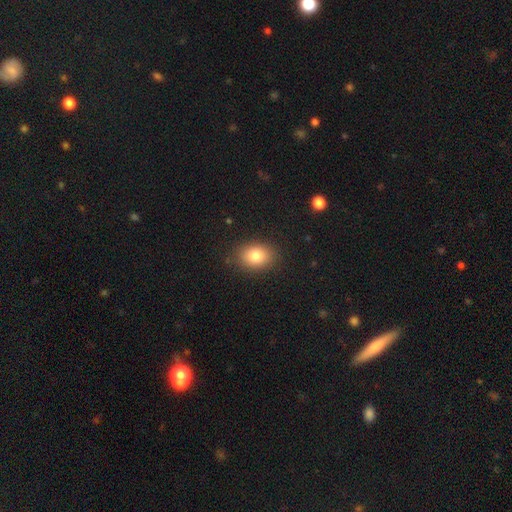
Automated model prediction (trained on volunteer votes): This appears to be a smooth galaxy with no disk features (82%) that is in between round and cigar-shaped (70%). Merging: none (86%).